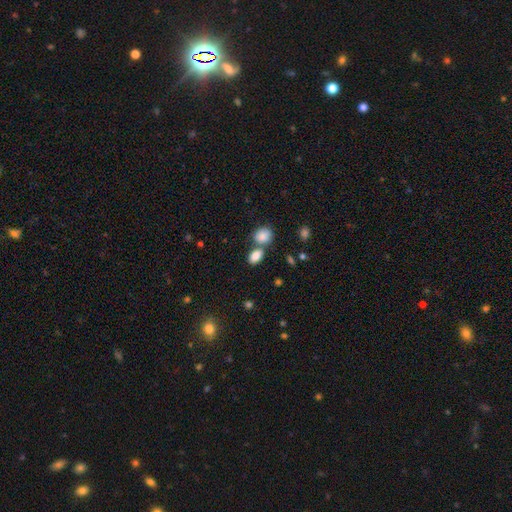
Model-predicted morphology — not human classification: smooth-or-featured: smooth: 85% | star or artifact: 9% | featured or disk: 6%
  how-rounded: in between: 84% | round: 14% | cigar-shaped: 2%
  merging: none: 52% | merger: 35% | minor disturbance: 10% | major disturbance: 3%